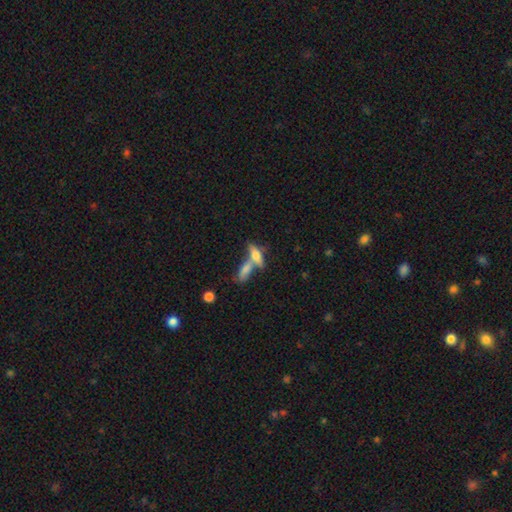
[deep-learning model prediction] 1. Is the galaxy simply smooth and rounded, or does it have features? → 53% smooth, 38% featured or disk, 9% star or artifact.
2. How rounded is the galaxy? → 53% cigar-shaped, 43% in between, 4% round.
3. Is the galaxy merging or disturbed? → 45% merger, 41% none, 9% minor disturbance, 5% major disturbance.